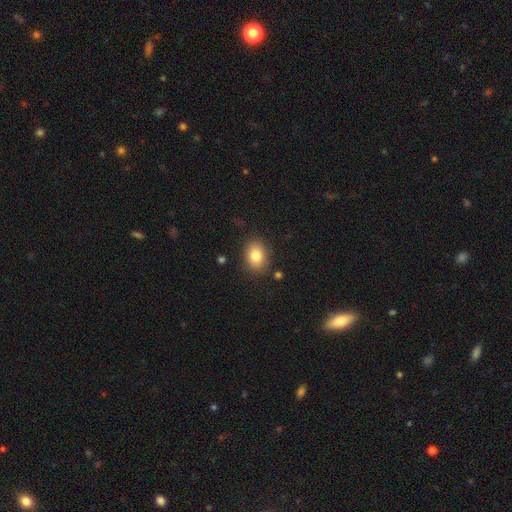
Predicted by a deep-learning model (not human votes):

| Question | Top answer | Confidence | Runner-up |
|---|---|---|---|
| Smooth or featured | smooth | 82% | star or artifact (9%) |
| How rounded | in between | 63% | round (36%) |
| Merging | none | 84% | minor disturbance (11%) |